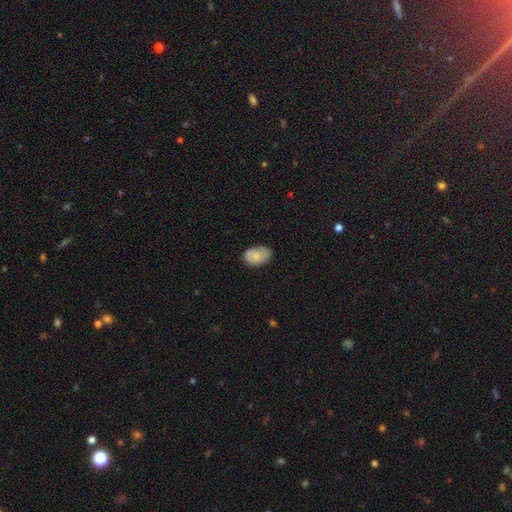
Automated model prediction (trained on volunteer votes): A smooth galaxy with no disk features (80%) that is in between round and cigar-shaped (89%).

Vote fractions:
- Smooth or featured? smooth: 80% / featured or disk: 13% / star or artifact: 7%
- How rounded? in between: 89% / round: 10% / cigar-shaped: 1%
- Merging? none: 71% / minor disturbance: 24% / major disturbance: 4% / merger: 1%